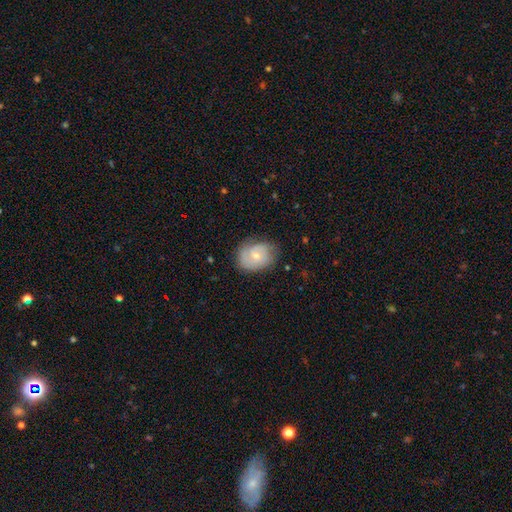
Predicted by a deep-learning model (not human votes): Overall: featured or disk (65%; smooth 29%). Edge-on disk: no (97%). Bar: no (61%; weak 35%). Spiral arms: yes (88%). Spiral arm count: 2 (50%; can't tell 24%). Spiral winding: tight (50%; medium 37%). Bulge size: small (62%; moderate 34%). Merging: none (70%).